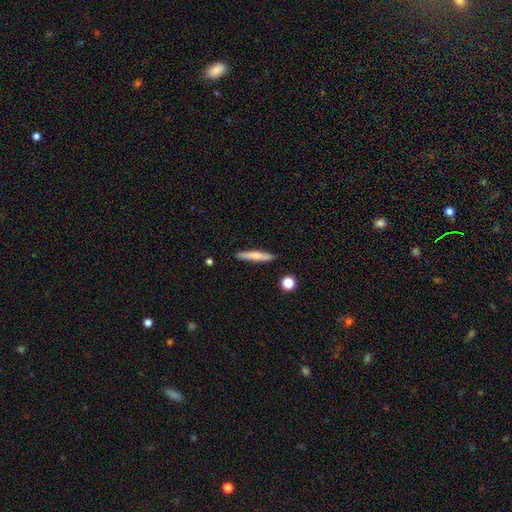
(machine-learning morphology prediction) Smooth or featured?
  - smooth: 65% *
  - featured or disk: 28%
  - star or artifact: 6%
How rounded?
  - cigar-shaped: 91% *
  - in between: 7%
  - round: 2%
Merging?
  - none: 88% *
  - minor disturbance: 8%
  - merger: 2%
  - major disturbance: 2%